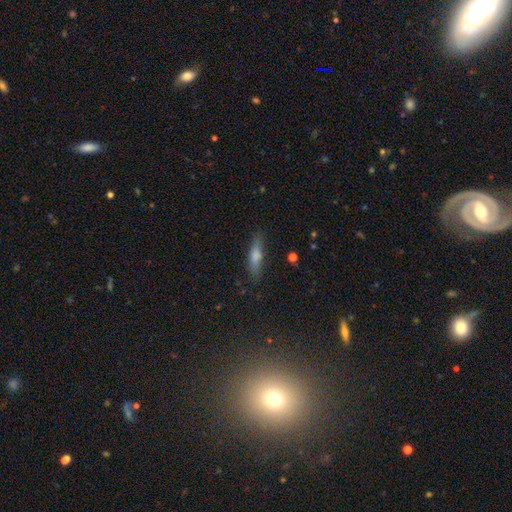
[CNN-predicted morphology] Overall: smooth (64%; featured or disk 28%). How rounded: cigar-shaped (69%). Merging: none (80%).